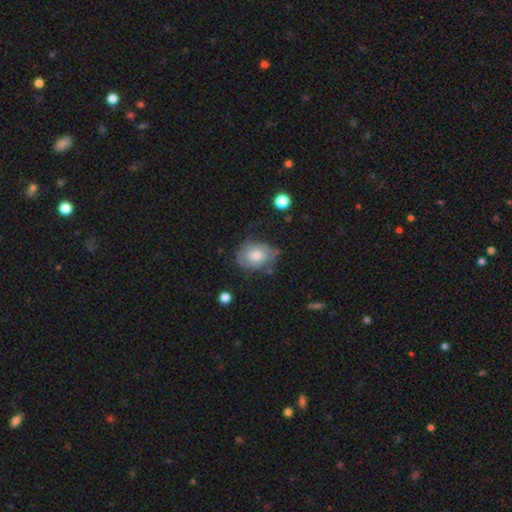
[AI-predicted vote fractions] Smooth or featured: featured or disk — 53% (smooth — 40%)
Edge-on disk: no — 96% (yes — 4%)
Bar: no — 74% (weak — 23%)
Spiral arms: yes — 75% (no — 25%)
Bulge size: moderate — 63% (small — 25%)
Merging: none — 65% (minor disturbance — 24%)